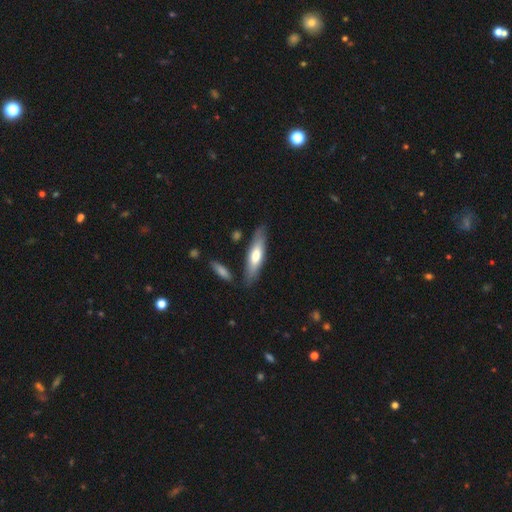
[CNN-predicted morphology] Smooth or featured?
  - smooth: 60% *
  - featured or disk: 35%
  - star or artifact: 5%
How rounded?
  - cigar-shaped: 66% *
  - in between: 33%
  - round: 1%
Merging?
  - none: 80% *
  - minor disturbance: 13%
  - merger: 4%
  - major disturbance: 3%